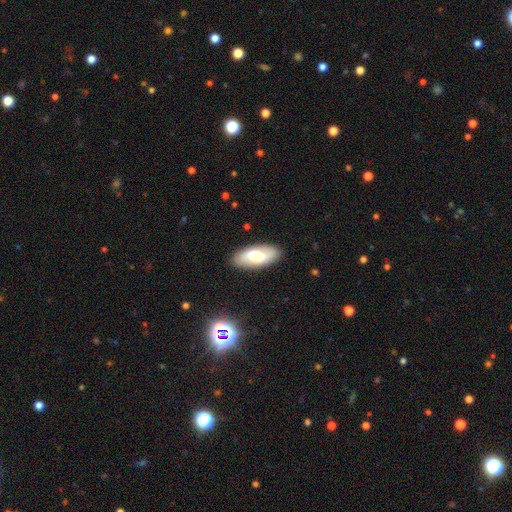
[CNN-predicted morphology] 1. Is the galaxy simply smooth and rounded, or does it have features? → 57% smooth, 35% featured or disk, 8% star or artifact.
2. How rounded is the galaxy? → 85% in between, 12% cigar-shaped, 3% round.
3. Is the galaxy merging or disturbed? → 88% none, 9% minor disturbance, 2% major disturbance, 1% merger.